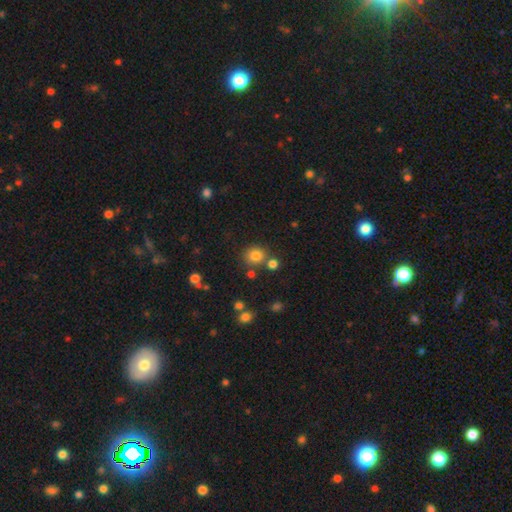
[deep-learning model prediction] smooth_or_featured: smooth (p=0.80) [alt: star or artifact p=0.13]
how_rounded: round (p=0.82) [alt: in between p=0.17]
merging: none (p=0.71) [alt: merger p=0.15]